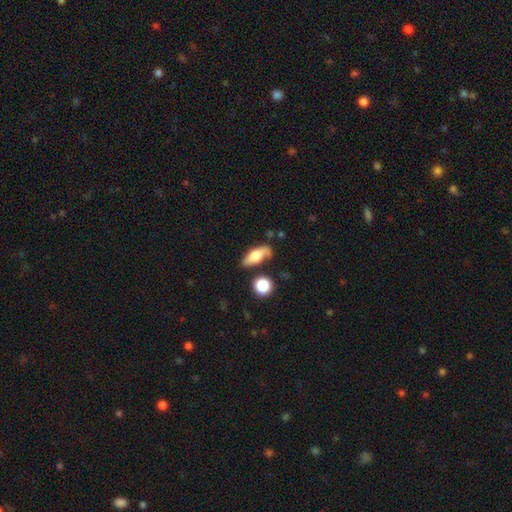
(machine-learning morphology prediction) Smooth or featured?
  - smooth: 61% *
  - featured or disk: 31%
  - star or artifact: 8%
How rounded?
  - in between: 67% *
  - cigar-shaped: 27%
  - round: 7%
Merging?
  - none: 61% *
  - minor disturbance: 23%
  - merger: 9%
  - major disturbance: 8%